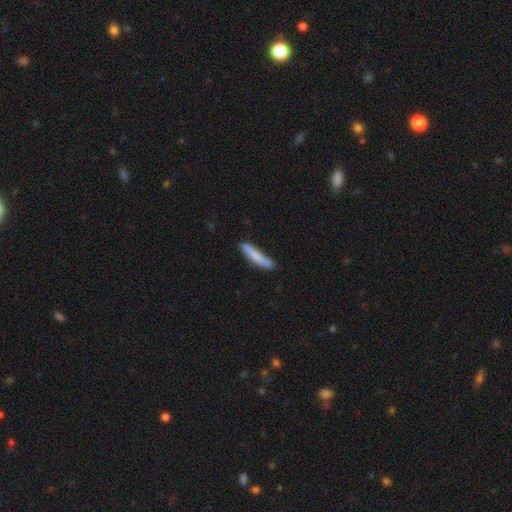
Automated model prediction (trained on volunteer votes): Smooth or featured: smooth — 76% (featured or disk — 19%)
How rounded: cigar-shaped — 92% (in between — 7%)
Merging: none — 76% (minor disturbance — 18%)